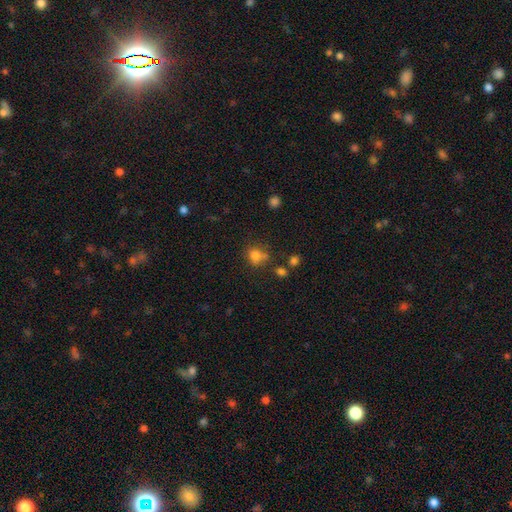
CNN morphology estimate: A smooth galaxy with no disk features (77%) that is round (72%).

Vote fractions:
- Smooth or featured? smooth: 77% / star or artifact: 14% / featured or disk: 8%
- How rounded? round: 72% / in between: 27% / cigar-shaped: 1%
- Merging? none: 60% / merger: 17% / minor disturbance: 16% / major disturbance: 6%